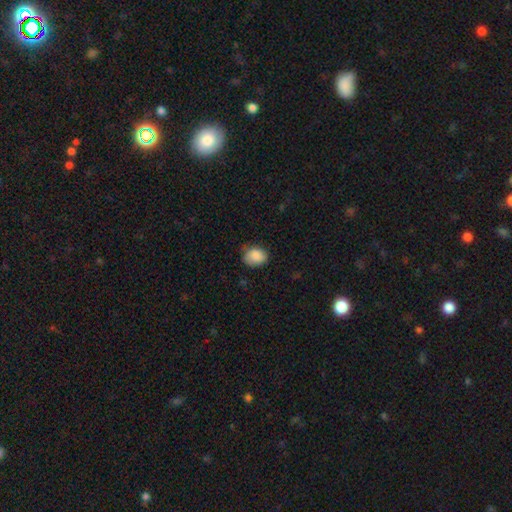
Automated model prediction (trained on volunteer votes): Smooth or featured? Predicted: smooth (p=0.86). How rounded? Predicted: in between (p=0.54). Merging? Predicted: none (p=0.68).